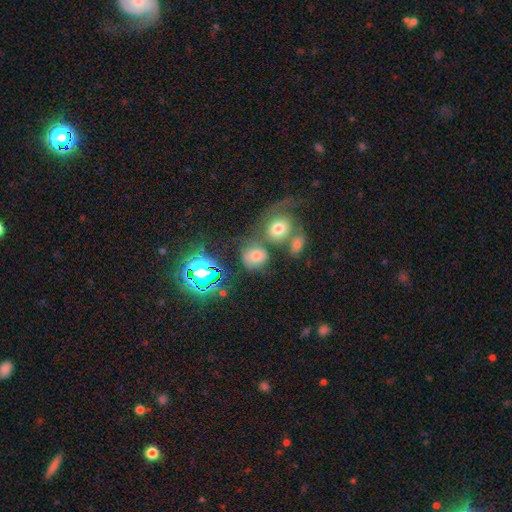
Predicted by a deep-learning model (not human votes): This is possibly a smooth galaxy (57%). How rounded: likely round (75%). Merging: possibly none (50%).